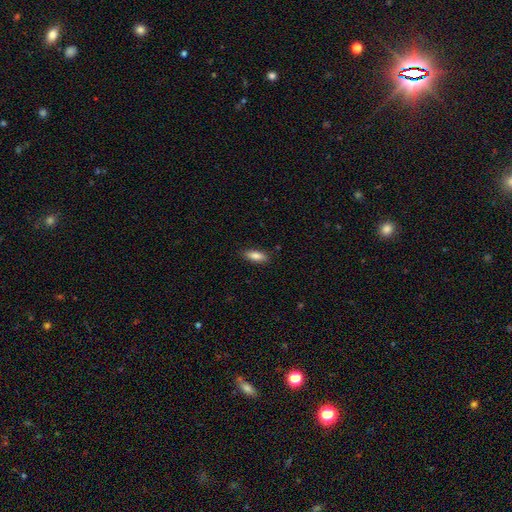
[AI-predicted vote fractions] Smooth or featured? smooth (85%)
How rounded? in between (74%)
Merging? none (87%)